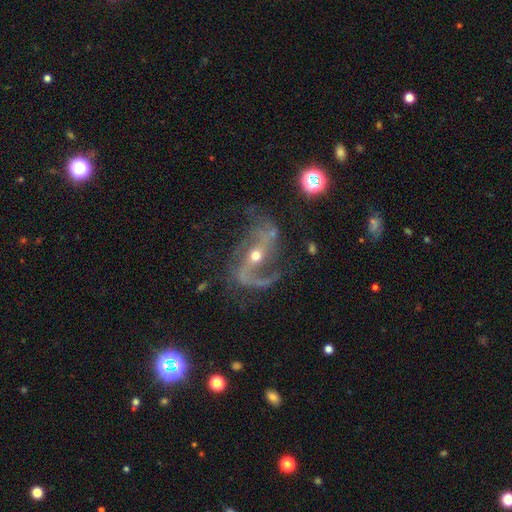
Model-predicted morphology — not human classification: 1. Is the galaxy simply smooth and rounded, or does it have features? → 89% featured or disk, 6% star or artifact, 5% smooth.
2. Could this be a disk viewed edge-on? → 97% no, 3% yes.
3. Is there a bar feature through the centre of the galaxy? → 34% strong, 33% weak, 33% no.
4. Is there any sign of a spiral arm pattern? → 95% yes, 5% no.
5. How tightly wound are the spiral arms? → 58% loose, 34% medium, 8% tight.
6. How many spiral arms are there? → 90% 2, 4% 1, 2% can't tell, 1% 3, 1% 4, 1% more than 4.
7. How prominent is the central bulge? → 59% moderate, 36% small, 2% large, 1% none, 1% dominant.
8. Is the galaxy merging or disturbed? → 62% none, 19% minor disturbance, 16% major disturbance, 3% merger.